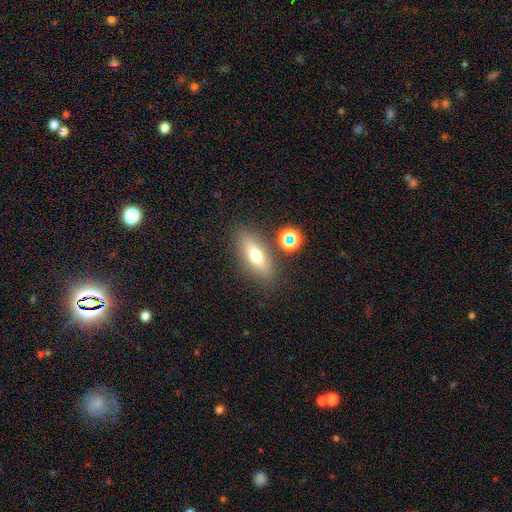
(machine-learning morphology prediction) Smooth or featured: smooth — 65% (featured or disk — 24%)
How rounded: in between — 65% (cigar-shaped — 30%)
Merging: none — 80% (minor disturbance — 11%)